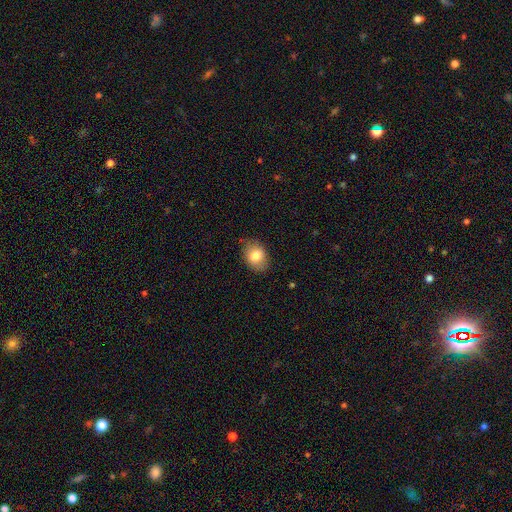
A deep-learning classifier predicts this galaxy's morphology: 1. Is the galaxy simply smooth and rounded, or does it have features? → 79% smooth, 13% featured or disk, 8% star or artifact.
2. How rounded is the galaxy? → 71% in between, 28% round, 1% cigar-shaped.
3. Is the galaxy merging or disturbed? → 80% none, 16% minor disturbance, 3% major disturbance, 1% merger.